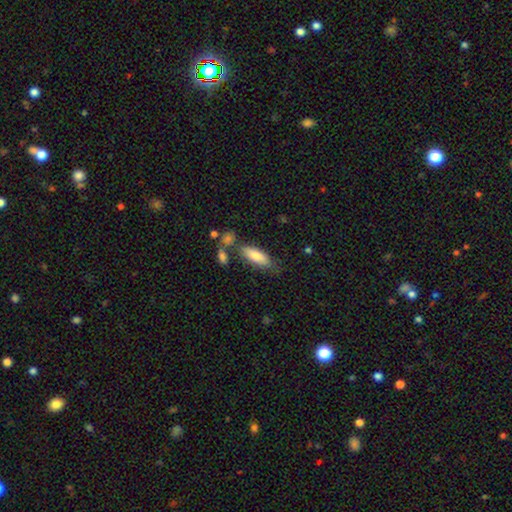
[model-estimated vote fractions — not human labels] Smooth or featured?
  - smooth: 78% *
  - featured or disk: 15%
  - star or artifact: 7%
How rounded?
  - in between: 65% *
  - cigar-shaped: 33%
  - round: 2%
Merging?
  - none: 64% *
  - minor disturbance: 18%
  - merger: 12%
  - major disturbance: 5%